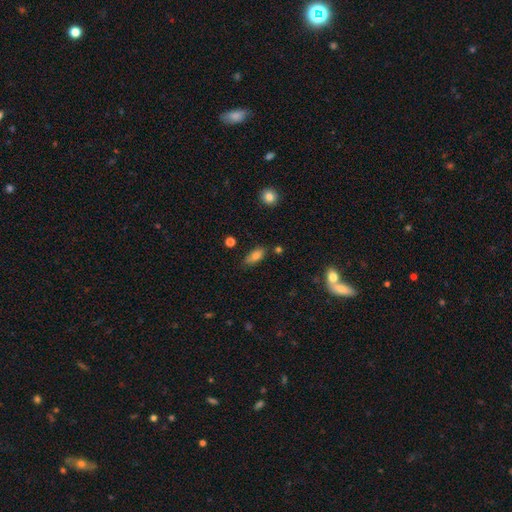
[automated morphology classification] This appears to be a smooth galaxy with no disk features (81%) that is in between round and cigar-shaped (84%). Merging: none (74%).